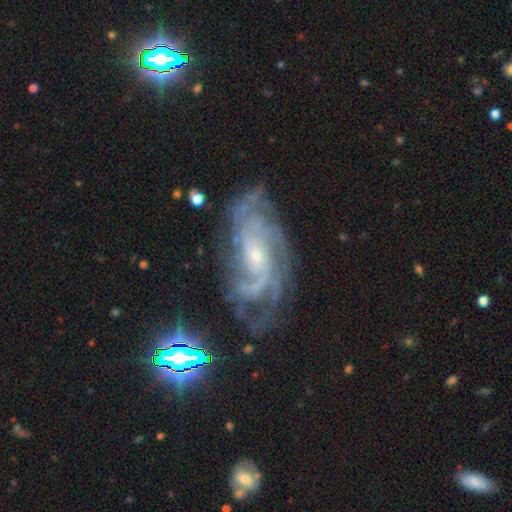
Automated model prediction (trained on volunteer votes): Q: Smooth or featured?
A: featured or disk (87%); runner-up: star or artifact (8%)
Q: Edge-on disk?
A: no (95%); runner-up: yes (5%)
Q: Bar?
A: no (62%); runner-up: weak (30%)
Q: Spiral arms?
A: yes (97%); runner-up: no (3%)
Q: Spiral winding?
A: tight (58%); runner-up: medium (34%)
Q: Spiral arm count?
A: can't tell (29%); runner-up: 4 (20%)
Q: Bulge size?
A: small (77%); runner-up: moderate (18%)
Q: Merging?
A: none (68%); runner-up: minor disturbance (19%)